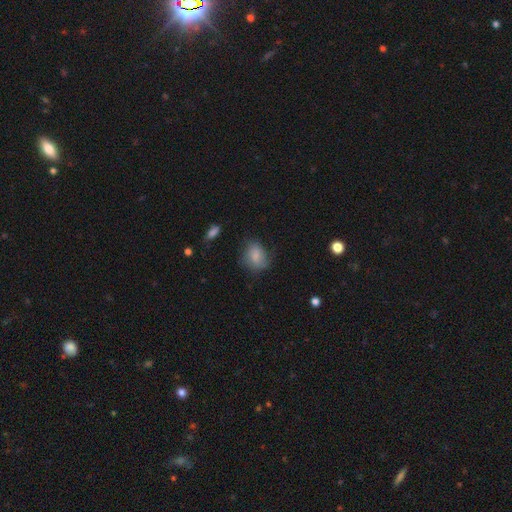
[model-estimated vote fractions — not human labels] This appears to be a smooth galaxy with no disk features (78%) that is in between round and cigar-shaped (60%). Merging: none (58%).